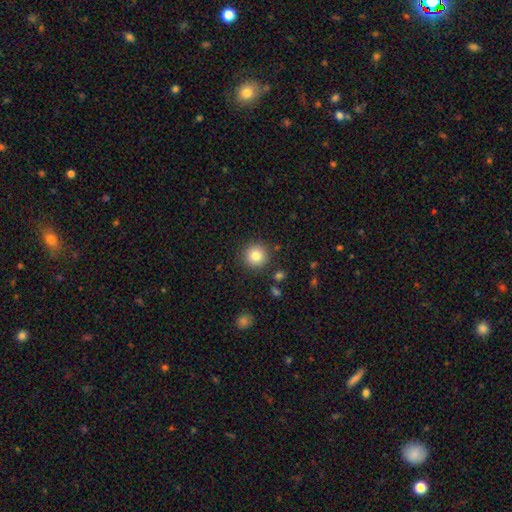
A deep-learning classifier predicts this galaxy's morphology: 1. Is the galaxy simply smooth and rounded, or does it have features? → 82% smooth, 10% star or artifact, 8% featured or disk.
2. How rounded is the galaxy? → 95% round, 5% in between, 1% cigar-shaped.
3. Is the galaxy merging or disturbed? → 89% none, 7% minor disturbance, 2% major disturbance, 2% merger.